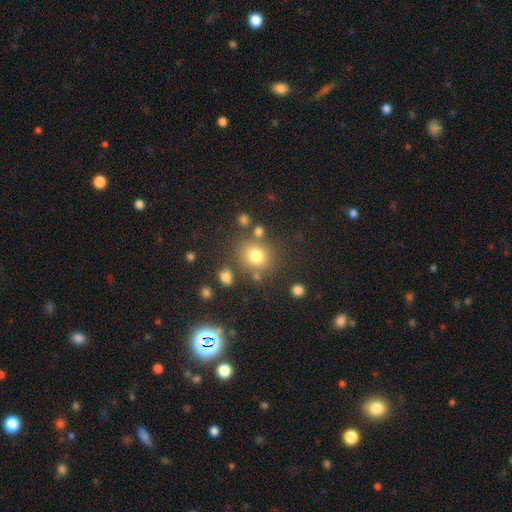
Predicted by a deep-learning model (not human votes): Smooth or featured?
  - smooth: 78% *
  - star or artifact: 14%
  - featured or disk: 8%
How rounded?
  - round: 76% *
  - in between: 23%
  - cigar-shaped: 1%
Merging?
  - none: 74% *
  - minor disturbance: 12%
  - merger: 9%
  - major disturbance: 5%